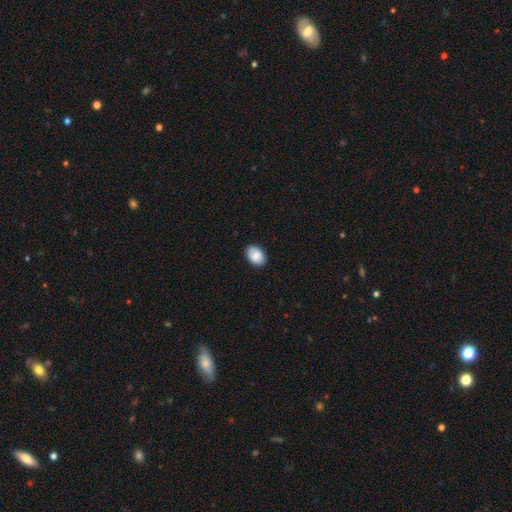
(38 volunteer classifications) smooth 95%, star or artifact 5%, featured or disk 0%. Down the decision tree: how rounded — in between (92%); merging — none (92%).